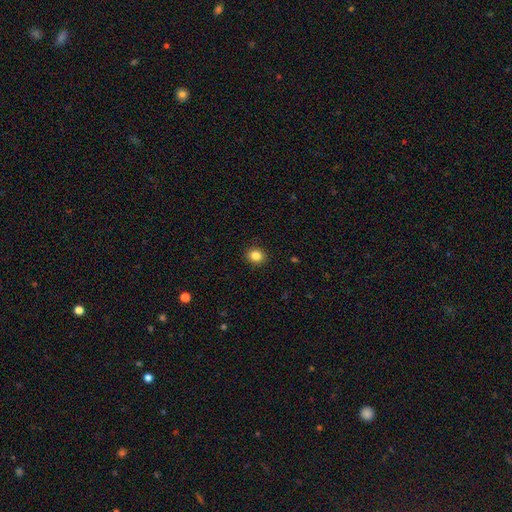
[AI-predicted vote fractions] Smooth or featured: smooth — 85% (star or artifact — 10%)
How rounded: round — 70% (in between — 30%)
Merging: none — 91% (minor disturbance — 6%)